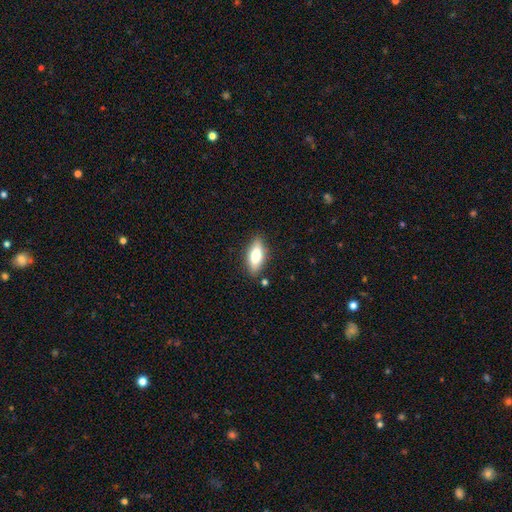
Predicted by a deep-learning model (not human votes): A smooth galaxy with no disk features (69%) that is in between round and cigar-shaped (75%). Merging: none (84%).